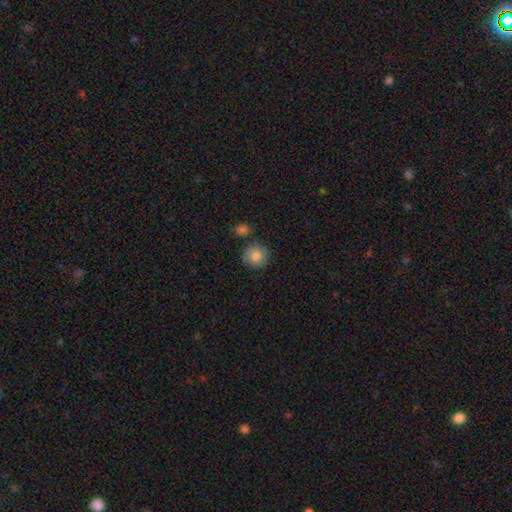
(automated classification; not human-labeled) Q: Smooth or featured?
A: smooth (81%); runner-up: featured or disk (11%)
Q: How rounded?
A: round (89%); runner-up: in between (10%)
Q: Merging?
A: none (74%); runner-up: minor disturbance (14%)